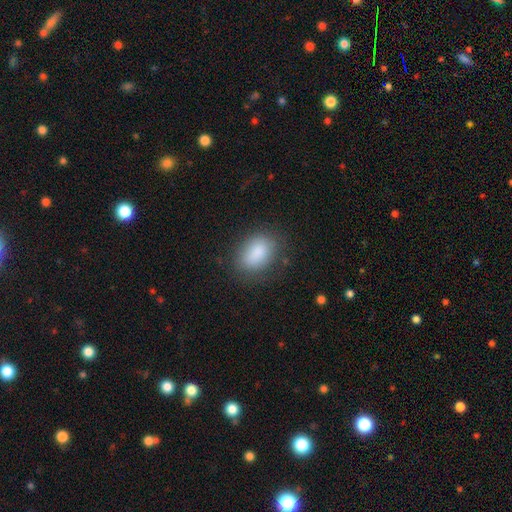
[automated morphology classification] Smooth or featured? Predicted: smooth (p=0.86). How rounded? Predicted: in between (p=0.81). Merging? Predicted: none (p=0.78).